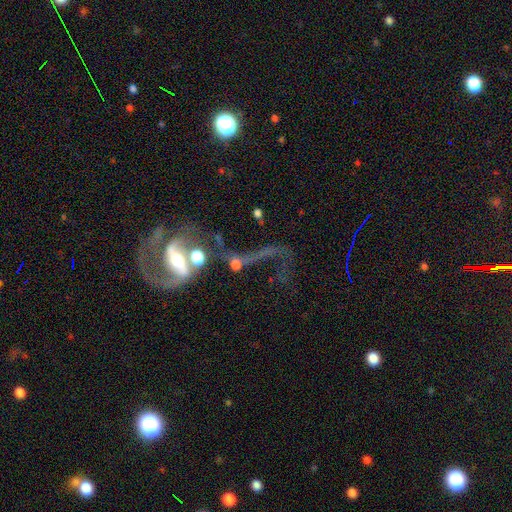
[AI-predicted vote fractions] Overall: featured or disk (57%; star or artifact 26%). Edge-on disk: no (88%). Bar: no (42%; weak 31%). Spiral arms: yes (64%; no 36%). Bulge size: moderate (48%; small 24%). Merging: merger (35%; none 30%).